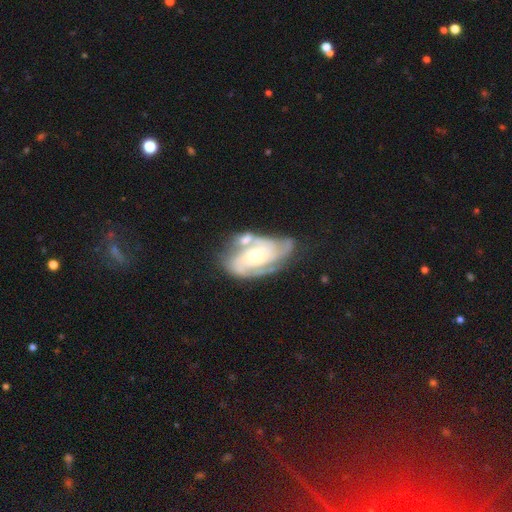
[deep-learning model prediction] This appears to be a featured or disk galaxy (83%) with no bar (66%), 2 (35%) tight (49%) spiral arms (92%) and a moderate central bulge (55%). Merging: none (39%).